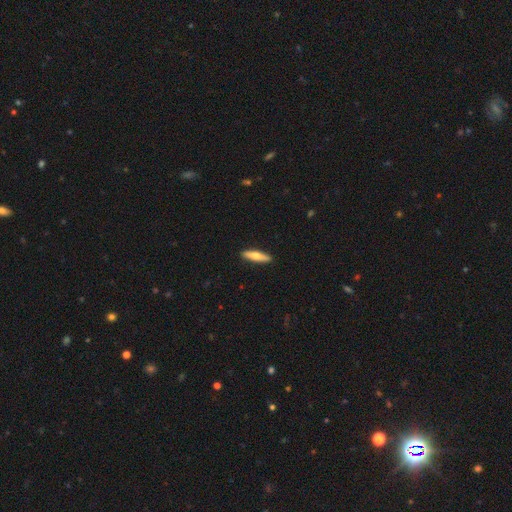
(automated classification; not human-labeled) smooth-or-featured: smooth: 61% | featured or disk: 34% | star or artifact: 5%
  how-rounded: cigar-shaped: 77% | in between: 21% | round: 2%
  merging: none: 91% | minor disturbance: 7% | major disturbance: 1% | merger: 1%